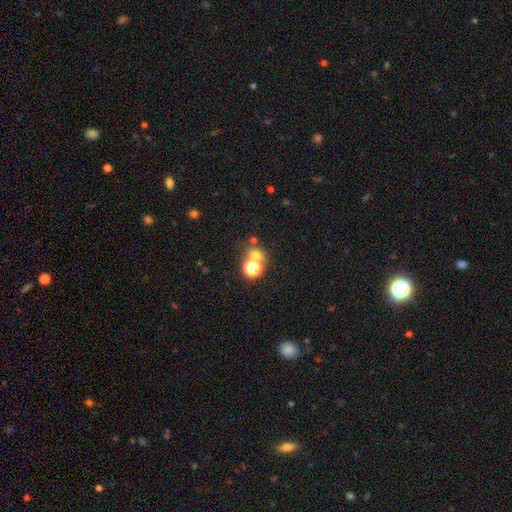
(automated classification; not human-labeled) Smooth or featured? Predicted: smooth (p=0.64). How rounded? Predicted: round (p=0.76). Merging? Predicted: none (p=0.54).